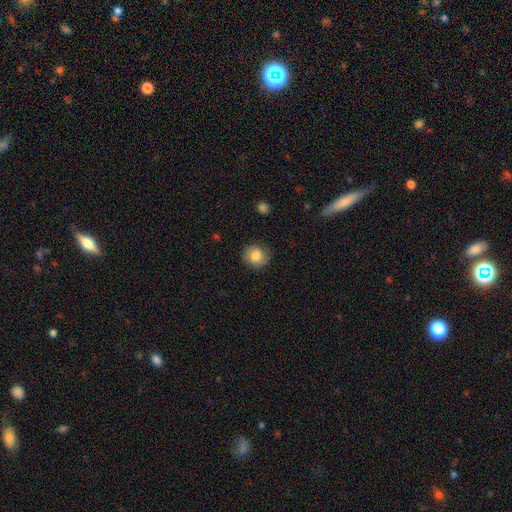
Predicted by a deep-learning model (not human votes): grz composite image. It shows a smooth galaxy with no disk features (81%) that is round (82%). Merging: none (84%).